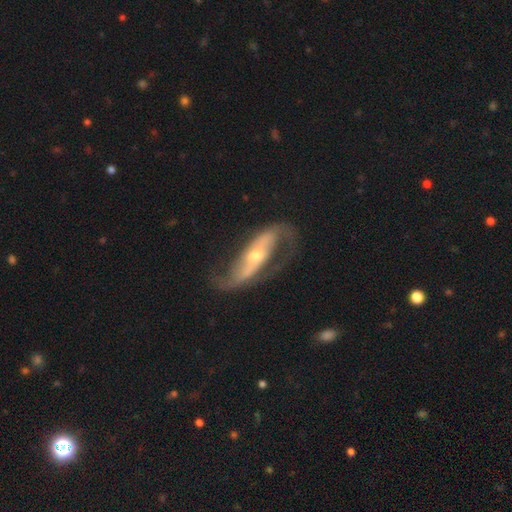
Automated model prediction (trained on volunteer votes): A featured or disk galaxy (87%) with a strong bar (46%), 2 (91%) loose (57%) spiral arms (93%) and a moderate central bulge (48%).

Vote fractions:
- Smooth or featured? featured or disk: 87% / smooth: 8% / star or artifact: 5%
- Edge-on disk? no: 89% / yes: 11%
- Bar? strong: 46% / no: 30% / weak: 23%
- Spiral arms? yes: 93% / no: 7%
- Spiral winding? loose: 57% / medium: 32% / tight: 12%
- Spiral arm count? 2: 91% / 1: 3% / can't tell: 3% / 3: 1% / 4: 1% / more than 4: 1%
- Bulge size? moderate: 48% / small: 47% / large: 3% / none: 1% / dominant: 1%
- Merging? none: 67% / minor disturbance: 17% / major disturbance: 14% / merger: 2%